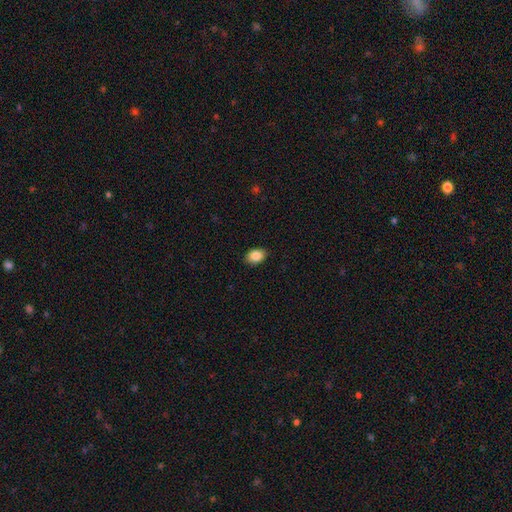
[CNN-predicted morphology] This is clearly a smooth galaxy (88%). How rounded: likely in between (77%). Merging: clearly none (88%).